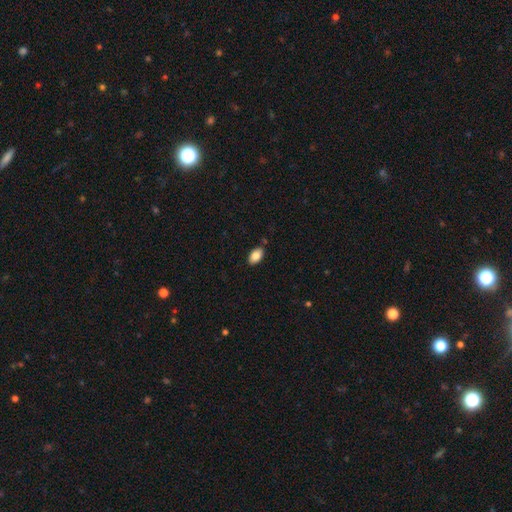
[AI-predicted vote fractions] Overall: smooth (86%). How rounded: in between (93%). Merging: none (85%).